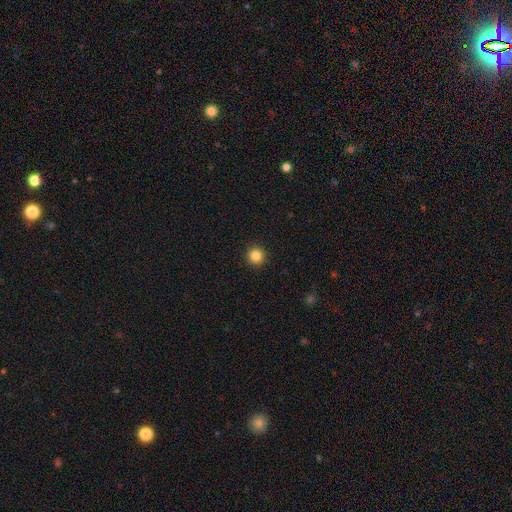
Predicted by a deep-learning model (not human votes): This appears to be a smooth galaxy with no disk features (85%) that is round (95%). Merging: none (93%).